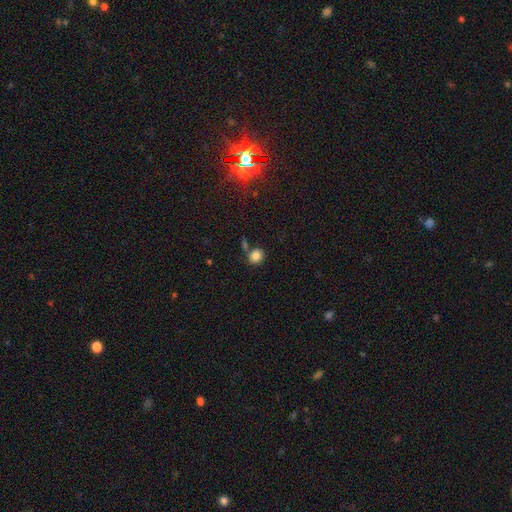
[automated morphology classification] The model was most divided on "merging": none: 63%, merger: 18%, minor disturbance: 14%, major disturbance: 6%. More confident: smooth or featured — smooth (83%); how rounded — round (73%).